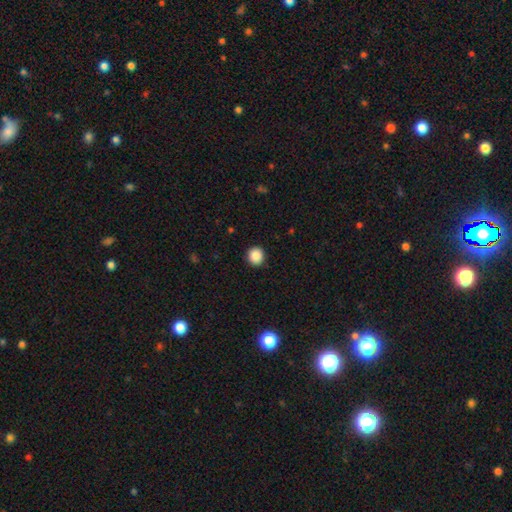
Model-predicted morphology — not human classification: Smooth or featured? Predicted: smooth (p=0.88). How rounded? Predicted: round (p=0.91). Merging? Predicted: none (p=0.92).